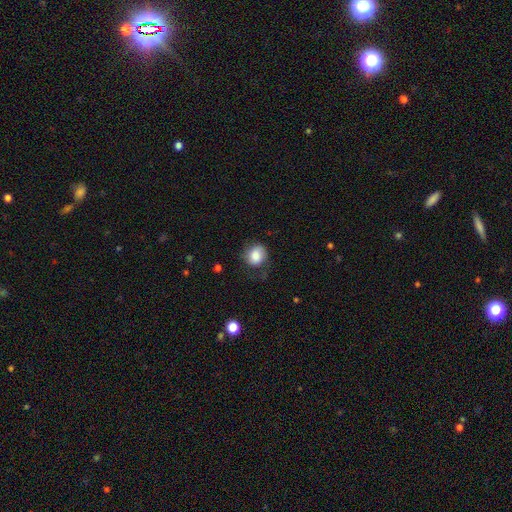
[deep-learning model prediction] Smooth or featured?
  - smooth: 81% *
  - featured or disk: 11%
  - star or artifact: 8%
How rounded?
  - round: 68% *
  - in between: 31%
  - cigar-shaped: 1%
Merging?
  - none: 61% *
  - minor disturbance: 26%
  - major disturbance: 11%
  - merger: 2%